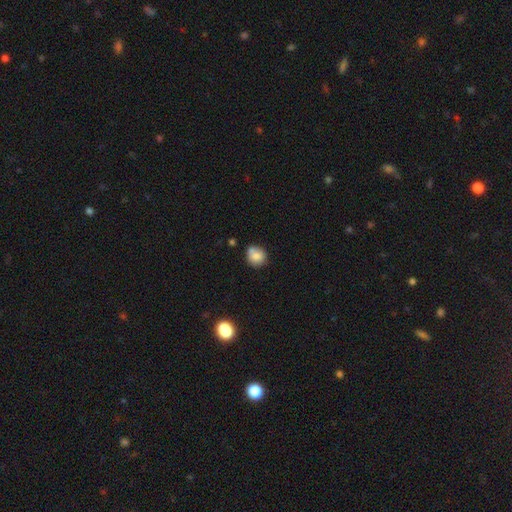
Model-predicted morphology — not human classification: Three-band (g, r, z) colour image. It shows a smooth galaxy with no disk features (77%) that is round (84%). Merging: none (60%).